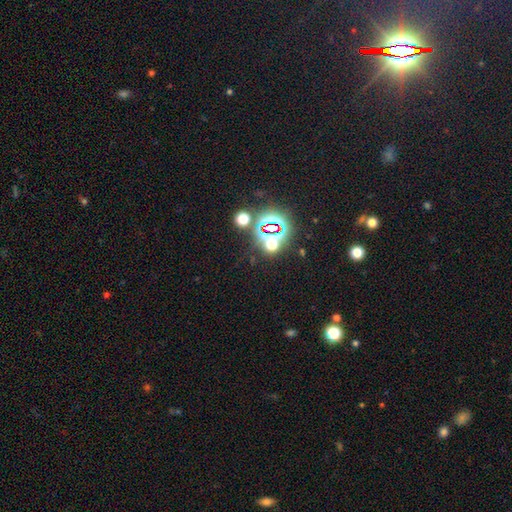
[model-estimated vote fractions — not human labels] Overall: star or artifact (80%).